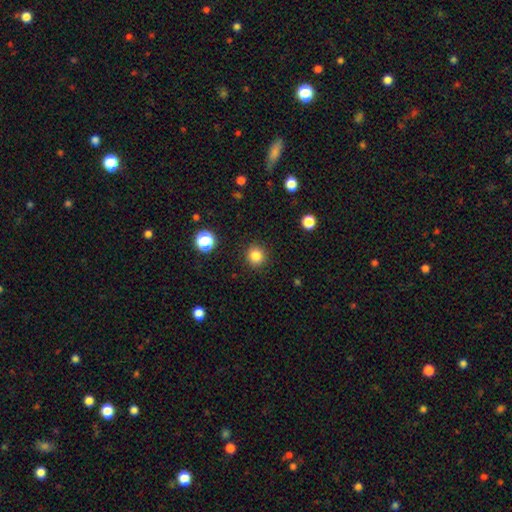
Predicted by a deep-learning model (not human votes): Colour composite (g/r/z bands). It shows a smooth galaxy with no disk features (84%) that is round (92%). Merging: none (91%).